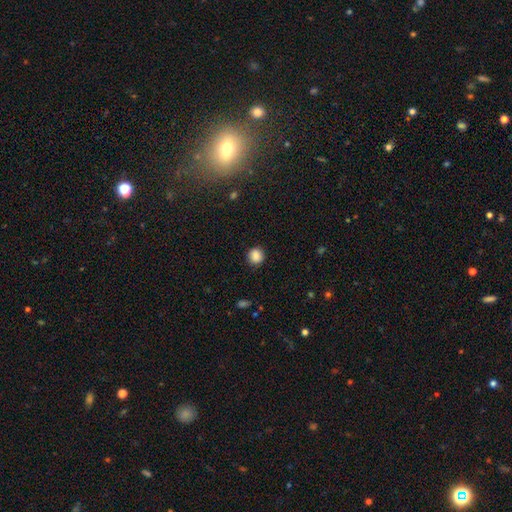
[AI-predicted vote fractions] A smooth galaxy with no disk features (87%) that is round (87%). Merging: none (88%).